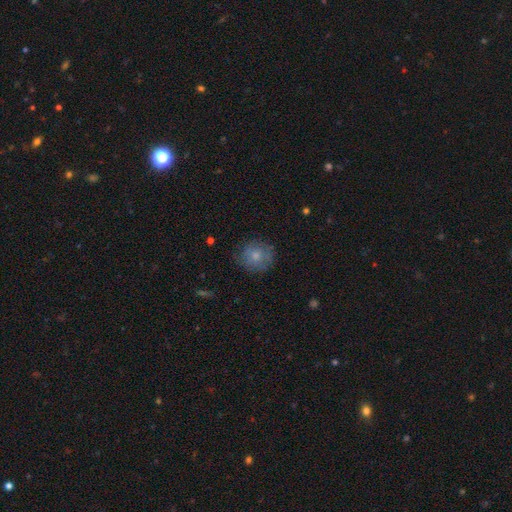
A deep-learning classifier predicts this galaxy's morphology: This is likely a smooth galaxy (74%). How rounded: clearly round (85%). Merging: likely none (76%).